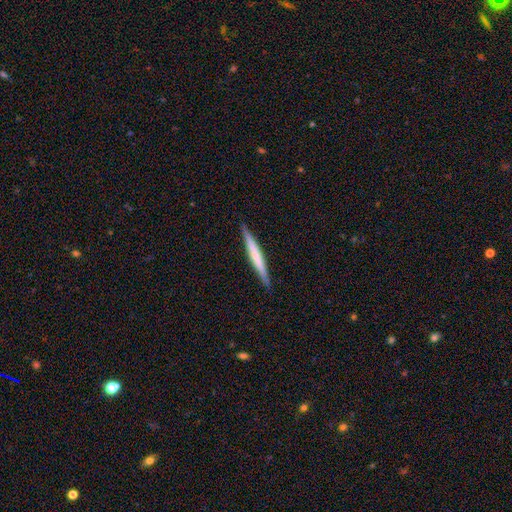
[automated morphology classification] Overall: smooth (49%; featured or disk 46%). Merging: none (91%).